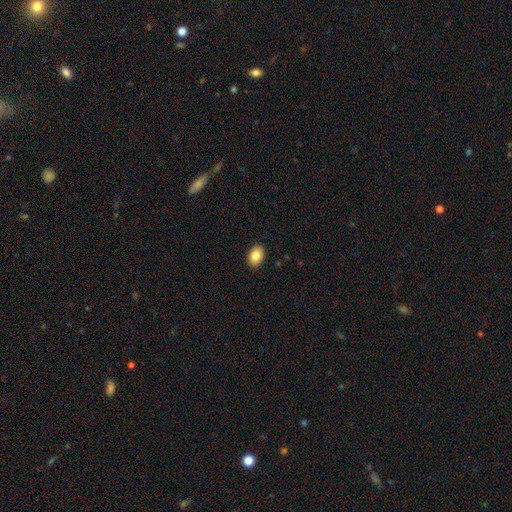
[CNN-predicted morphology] smooth_or_featured: smooth (p=0.86) [alt: star or artifact p=0.08]
how_rounded: in between (p=0.83) [alt: round p=0.16]
merging: none (p=0.91) [alt: minor disturbance p=0.07]